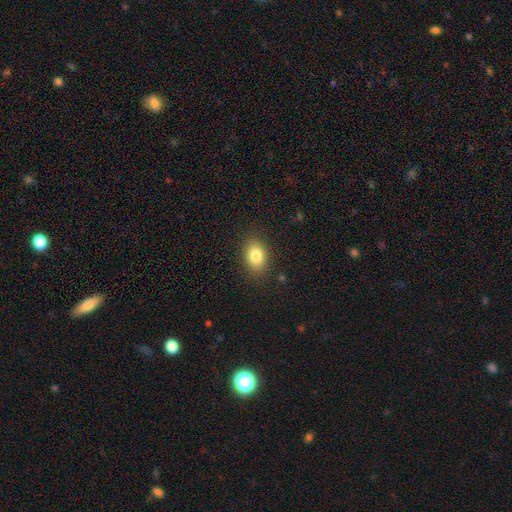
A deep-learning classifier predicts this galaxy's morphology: This is clearly a smooth galaxy (83%). How rounded: likely in between (79%). Merging: clearly none (86%).